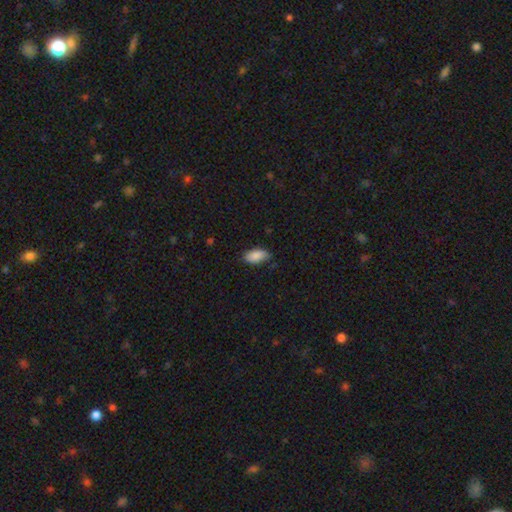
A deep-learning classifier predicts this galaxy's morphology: This appears to be a smooth galaxy with no disk features (88%) that is in between round and cigar-shaped (91%). Merging: none (76%).